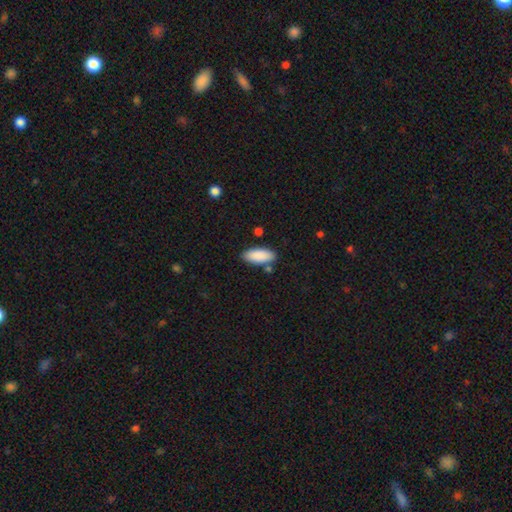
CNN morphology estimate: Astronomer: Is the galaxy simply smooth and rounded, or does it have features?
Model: smooth — 89%.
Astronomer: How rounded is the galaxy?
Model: in between — 84%.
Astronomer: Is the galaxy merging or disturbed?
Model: none — 82%.